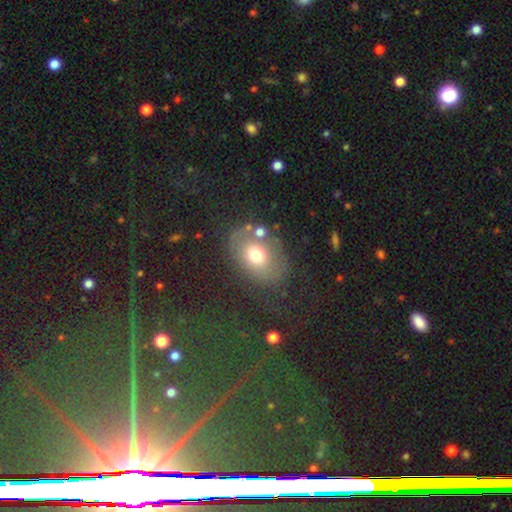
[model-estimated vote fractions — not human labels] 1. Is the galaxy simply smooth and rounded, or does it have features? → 64% smooth, 22% featured or disk, 15% star or artifact.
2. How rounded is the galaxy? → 68% in between, 31% round, 1% cigar-shaped.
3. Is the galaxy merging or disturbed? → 67% none, 17% minor disturbance, 10% major disturbance, 6% merger.